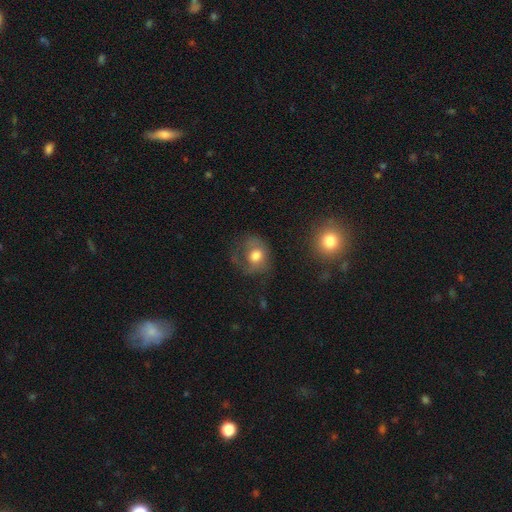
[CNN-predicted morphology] A smooth galaxy with no disk features (58%) that is round (59%).

Vote fractions:
- Smooth or featured? smooth: 58% / featured or disk: 31% / star or artifact: 11%
- How rounded? round: 59% / in between: 40% / cigar-shaped: 1%
- Merging? none: 39% / major disturbance: 34% / minor disturbance: 24% / merger: 3%